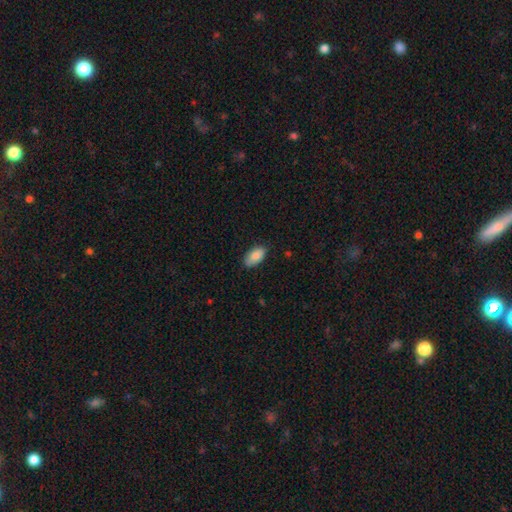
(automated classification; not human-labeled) smooth-or-featured: smooth: 86% | featured or disk: 8% | star or artifact: 7%
  how-rounded: in between: 94% | cigar-shaped: 3% | round: 3%
  merging: none: 82% | minor disturbance: 15% | major disturbance: 2% | merger: 1%